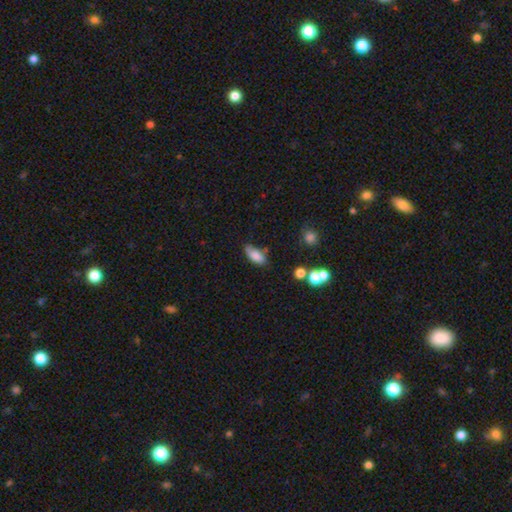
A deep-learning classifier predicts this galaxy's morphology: Q: Smooth or featured?
A: smooth (80%); runner-up: featured or disk (11%)
Q: How rounded?
A: in between (83%); runner-up: cigar-shaped (14%)
Q: Merging?
A: none (61%); runner-up: minor disturbance (28%)